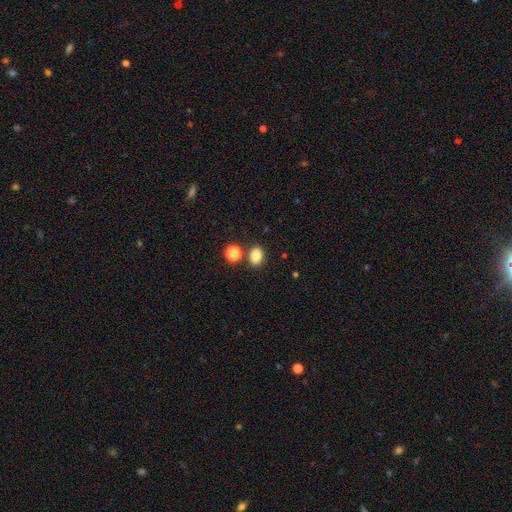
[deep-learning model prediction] Smooth or featured?
  - smooth: 84% *
  - star or artifact: 11%
  - featured or disk: 4%
How rounded?
  - in between: 68% *
  - round: 31%
  - cigar-shaped: 1%
Merging?
  - none: 78% *
  - merger: 10%
  - minor disturbance: 9%
  - major disturbance: 3%